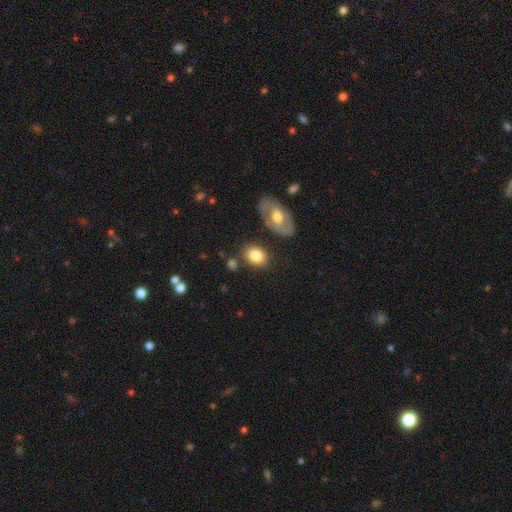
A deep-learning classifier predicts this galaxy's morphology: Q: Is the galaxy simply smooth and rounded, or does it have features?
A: smooth — 80%.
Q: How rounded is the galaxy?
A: in between — 68%.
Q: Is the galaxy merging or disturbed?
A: none — 75%.